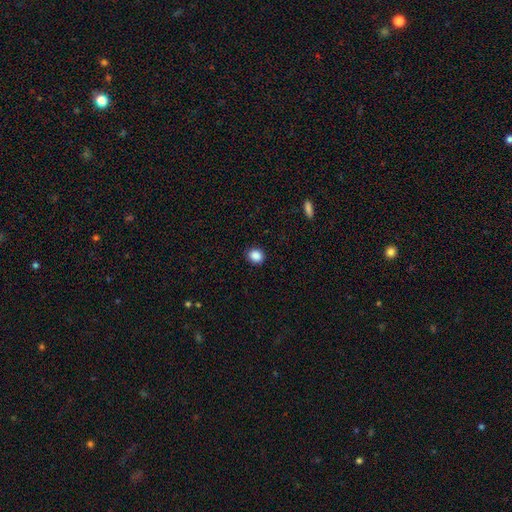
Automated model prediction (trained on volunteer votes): Smooth or featured: smooth — 88% (star or artifact — 10%)
How rounded: round — 78% (in between — 21%)
Merging: none — 89% (minor disturbance — 8%)